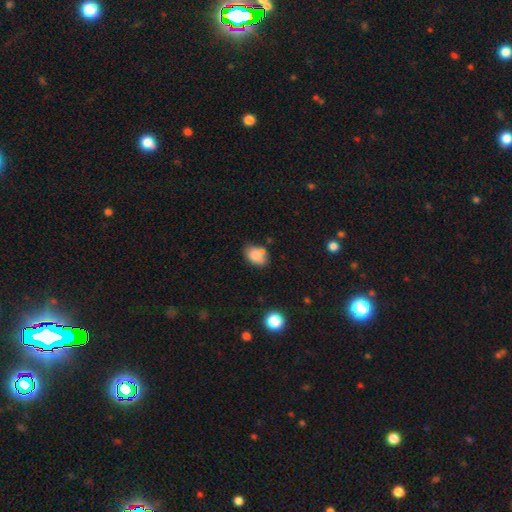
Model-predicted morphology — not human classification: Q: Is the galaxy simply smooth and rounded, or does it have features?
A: smooth — 80%.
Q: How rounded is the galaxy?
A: in between — 83%.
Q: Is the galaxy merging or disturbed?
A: none — 57%.